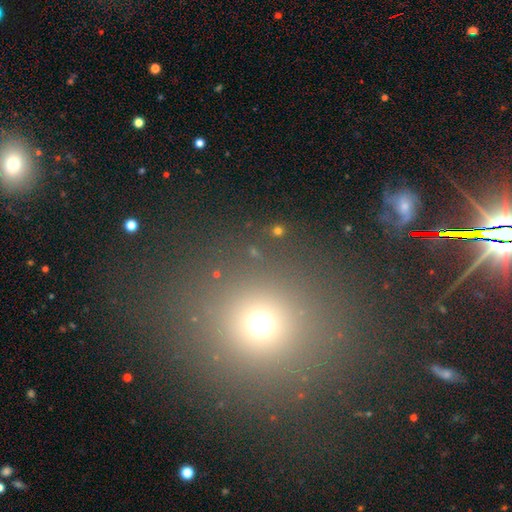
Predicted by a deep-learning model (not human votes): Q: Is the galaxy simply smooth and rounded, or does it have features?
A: smooth — 60%.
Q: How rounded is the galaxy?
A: round — 85%.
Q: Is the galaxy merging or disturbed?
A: none — 83%.